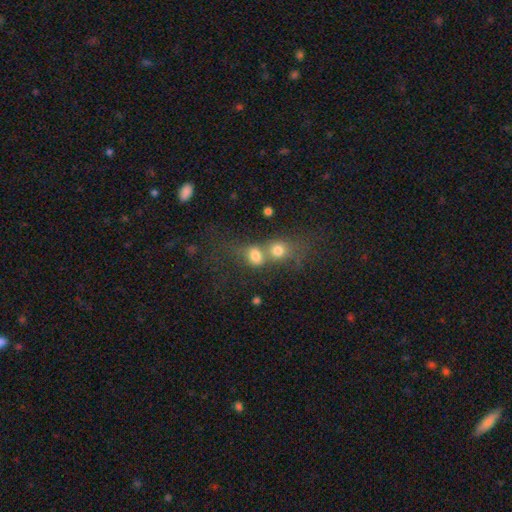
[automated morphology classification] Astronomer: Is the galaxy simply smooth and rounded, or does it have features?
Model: smooth — 75%.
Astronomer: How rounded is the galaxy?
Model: round — 61% (runner-up: in between, 37%).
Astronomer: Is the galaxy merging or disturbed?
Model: merger — 62%.